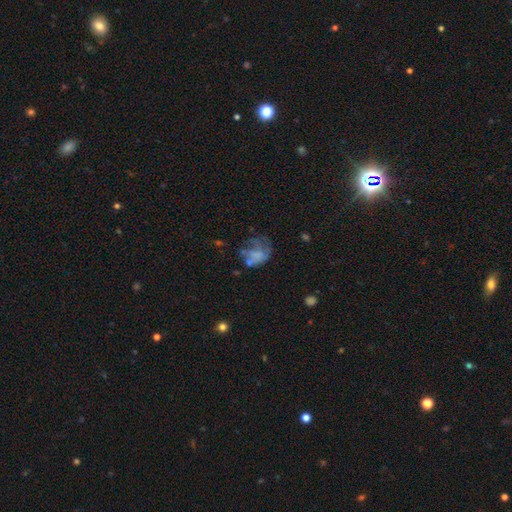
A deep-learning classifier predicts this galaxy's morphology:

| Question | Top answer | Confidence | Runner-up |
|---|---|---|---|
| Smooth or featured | smooth | 45% | featured or disk (42%) |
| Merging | major disturbance | 40% | none (31%) |